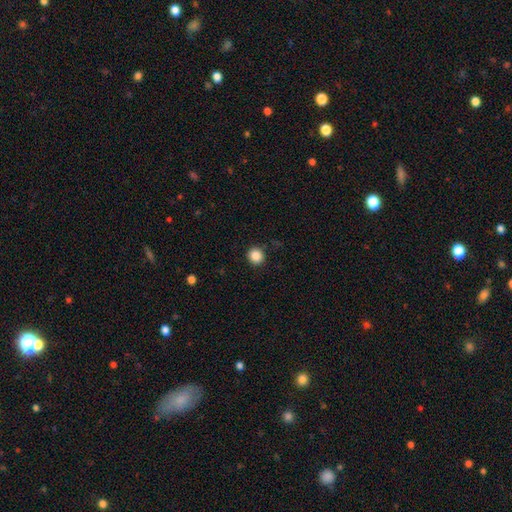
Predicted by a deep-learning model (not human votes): smooth-or-featured: smooth: 86% | star or artifact: 10% | featured or disk: 3%
  how-rounded: round: 90% | in between: 9% | cigar-shaped: 1%
  merging: none: 90% | minor disturbance: 7% | major disturbance: 2% | merger: 1%